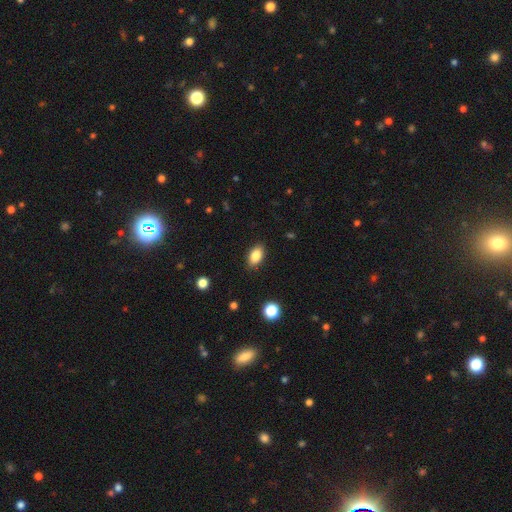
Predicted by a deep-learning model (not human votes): Smooth or featured?
  - smooth: 85% *
  - star or artifact: 8%
  - featured or disk: 6%
How rounded?
  - in between: 90% *
  - round: 7%
  - cigar-shaped: 3%
Merging?
  - none: 88% *
  - minor disturbance: 9%
  - major disturbance: 2%
  - merger: 1%